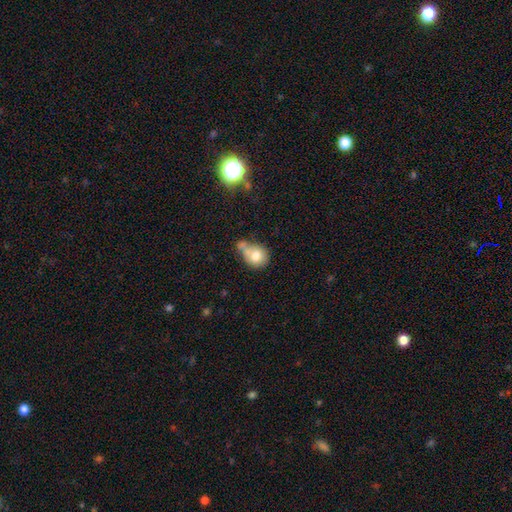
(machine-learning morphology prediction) Q: Smooth or featured?
A: smooth (74%); runner-up: featured or disk (16%)
Q: How rounded?
A: round (67%); runner-up: in between (32%)
Q: Merging?
A: merger (35%); runner-up: none (33%)